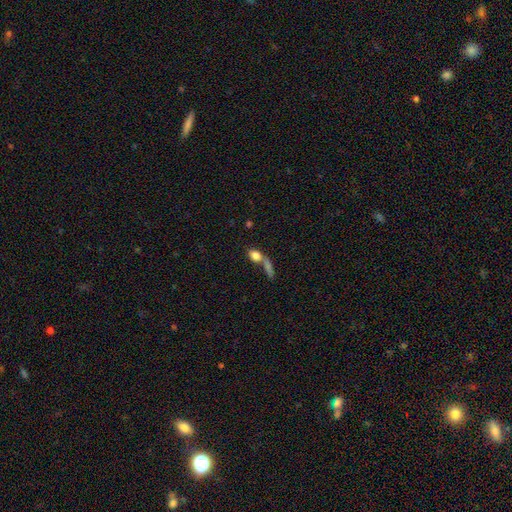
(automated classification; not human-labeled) Smooth or featured?
  - smooth: 78% *
  - featured or disk: 13%
  - star or artifact: 9%
How rounded?
  - in between: 65% *
  - round: 25%
  - cigar-shaped: 10%
Merging?
  - merger: 49% *
  - none: 32%
  - major disturbance: 10%
  - minor disturbance: 9%